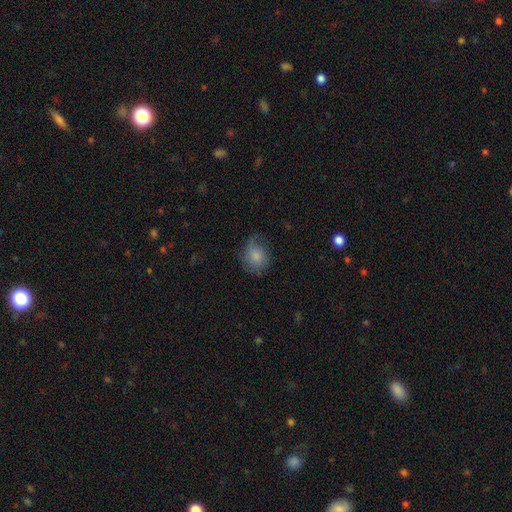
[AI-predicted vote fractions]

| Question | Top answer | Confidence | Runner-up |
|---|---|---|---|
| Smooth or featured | smooth | 79% | featured or disk (13%) |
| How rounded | round | 63% | in between (36%) |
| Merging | none | 59% | minor disturbance (29%) |